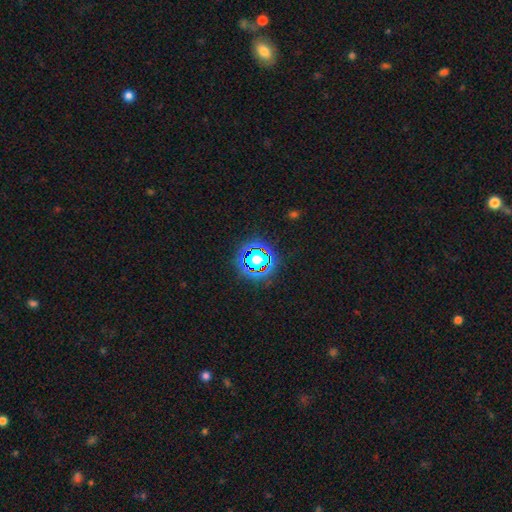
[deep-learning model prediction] smooth-or-featured: star or artifact: 73% | smooth: 18% | featured or disk: 9%